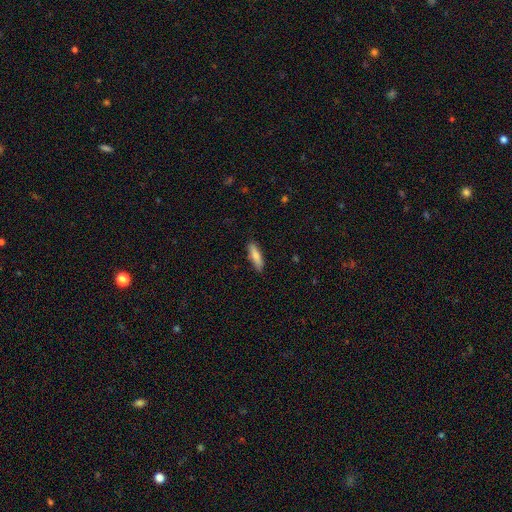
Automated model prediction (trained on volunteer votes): Smooth or featured?
  - smooth: 72% *
  - featured or disk: 22%
  - star or artifact: 6%
How rounded?
  - cigar-shaped: 68% *
  - in between: 30%
  - round: 2%
Merging?
  - none: 86% *
  - minor disturbance: 11%
  - major disturbance: 2%
  - merger: 1%